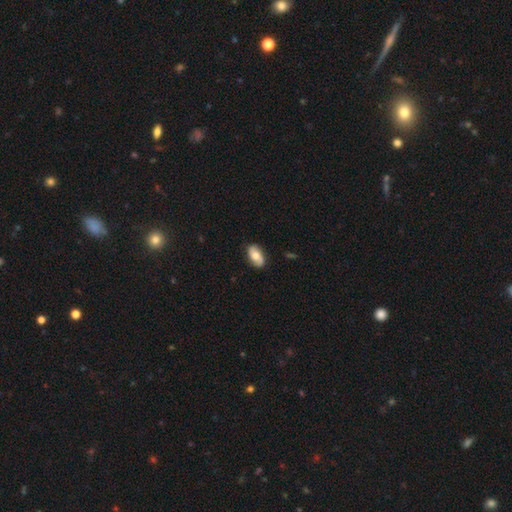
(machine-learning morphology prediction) A smooth galaxy with no disk features (54%) that is in between round and cigar-shaped (92%).

Vote fractions:
- Smooth or featured? smooth: 54% / featured or disk: 39% / star or artifact: 7%
- How rounded? in between: 92% / round: 6% / cigar-shaped: 3%
- Merging? none: 82% / minor disturbance: 14% / major disturbance: 3% / merger: 1%